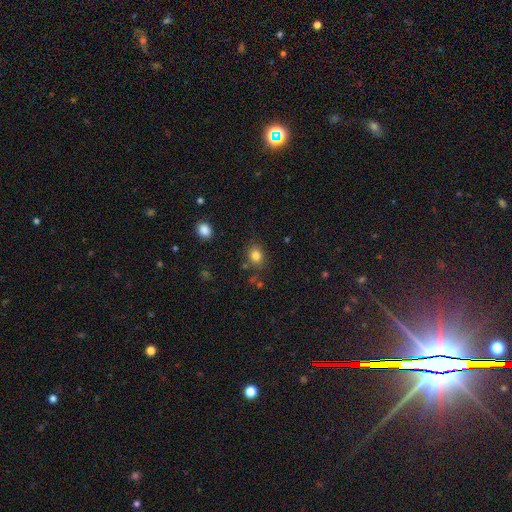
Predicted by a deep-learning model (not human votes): The model was most divided on "how rounded": round: 64%, in between: 36%, cigar-shaped: 1%. More confident: smooth or featured — smooth (82%); merging — none (81%).